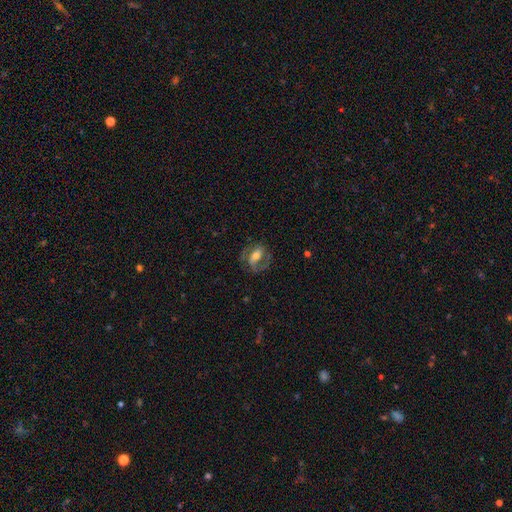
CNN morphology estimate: A featured or disk galaxy (69%) with a strong bar (42%), 2 (76%) medium (47%) spiral arms (78%) and a moderate central bulge (57%). Merging: none (66%).